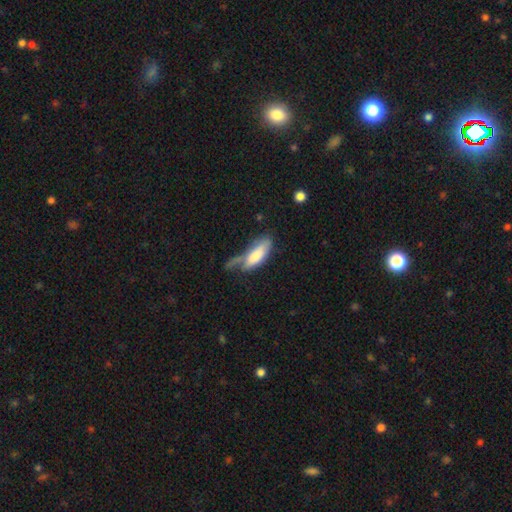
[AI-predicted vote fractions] Smooth or featured? smooth (70%)
How rounded? in between (64%)
Merging? major disturbance (34%)